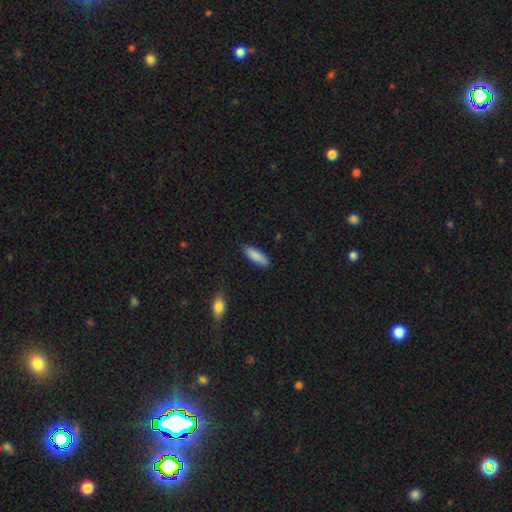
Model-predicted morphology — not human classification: Q: Smooth or featured?
A: smooth (88%); runner-up: featured or disk (6%)
Q: How rounded?
A: in between (59%); runner-up: cigar-shaped (39%)
Q: Merging?
A: none (85%); runner-up: minor disturbance (11%)